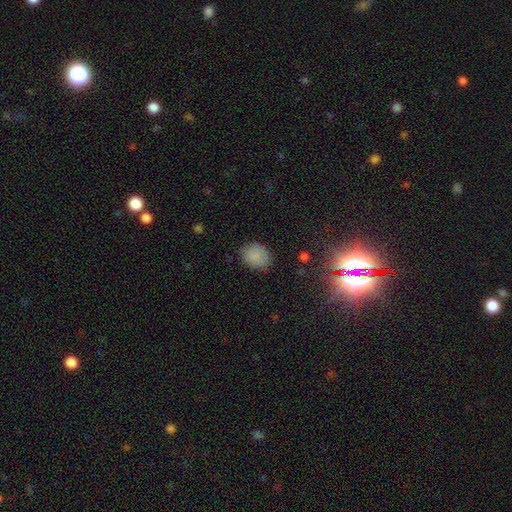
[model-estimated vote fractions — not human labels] Q: Smooth or featured?
A: smooth (86%); runner-up: star or artifact (10%)
Q: How rounded?
A: round (51%); runner-up: in between (48%)
Q: Merging?
A: none (81%); runner-up: minor disturbance (14%)